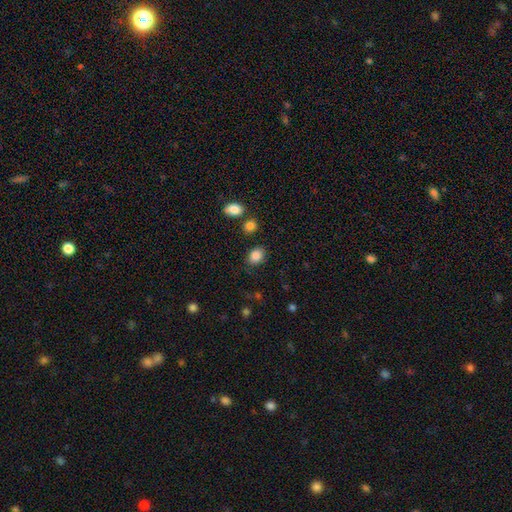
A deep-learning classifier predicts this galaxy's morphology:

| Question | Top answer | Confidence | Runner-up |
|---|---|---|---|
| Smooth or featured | smooth | 87% | star or artifact (9%) |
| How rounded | in between | 60% | round (39%) |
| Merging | none | 81% | minor disturbance (12%) |